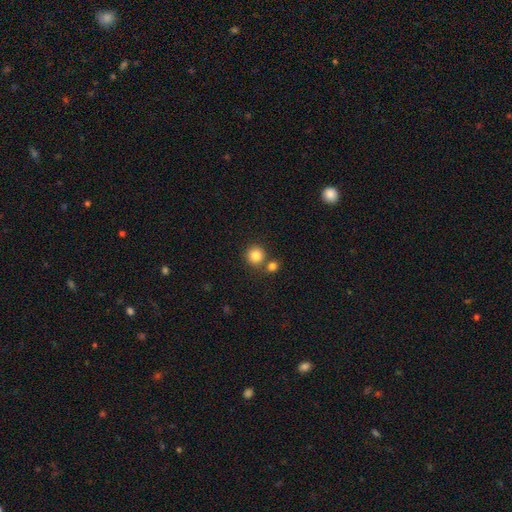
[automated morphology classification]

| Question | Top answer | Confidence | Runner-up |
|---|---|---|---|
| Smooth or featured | smooth | 84% | star or artifact (10%) |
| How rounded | round | 91% | in between (8%) |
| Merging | none | 68% | merger (21%) |